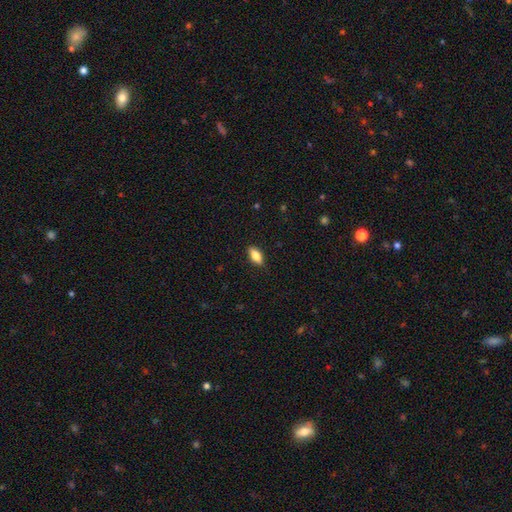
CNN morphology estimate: smooth 78%, featured or disk 15%, star or artifact 7%. Down the decision tree: how rounded — in between (84%); merging — none (87%).